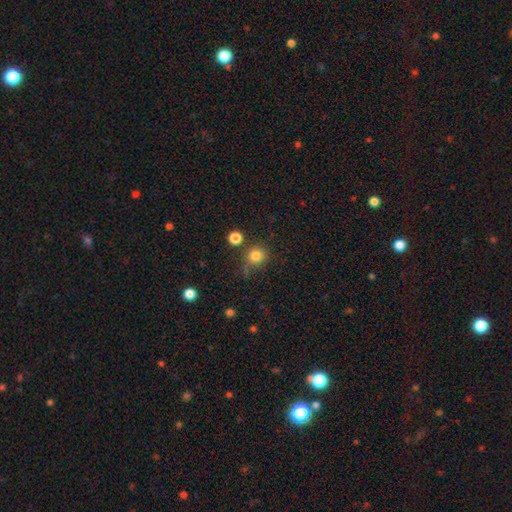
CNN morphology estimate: This appears to be a smooth galaxy with no disk features (81%) that is round (88%). Merging: none (71%).